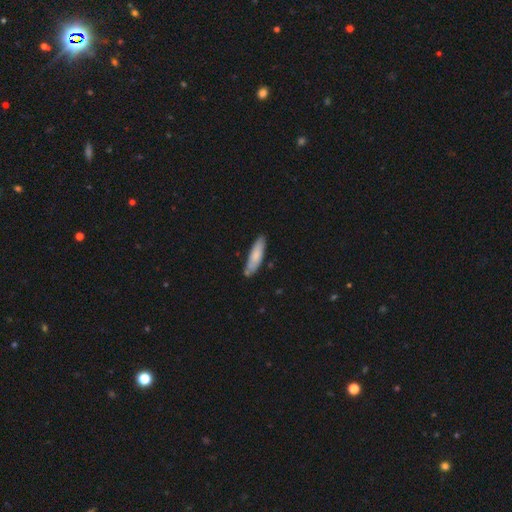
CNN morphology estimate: This appears to be a smooth galaxy with no disk features (78%) that is cigar-shaped (63%). Merging: none (75%).